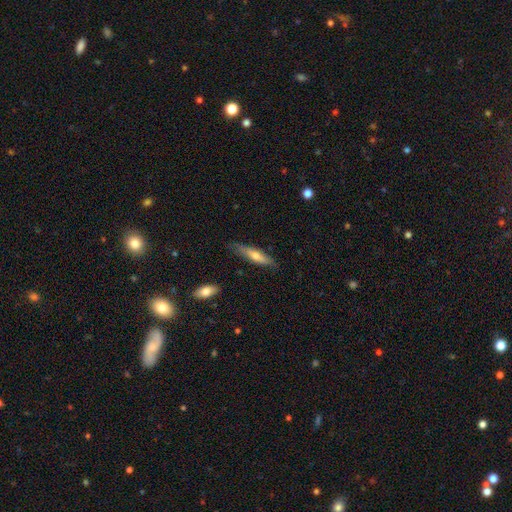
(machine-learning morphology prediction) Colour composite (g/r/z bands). It shows a smooth galaxy with no disk features (49%). Merging: none (80%).